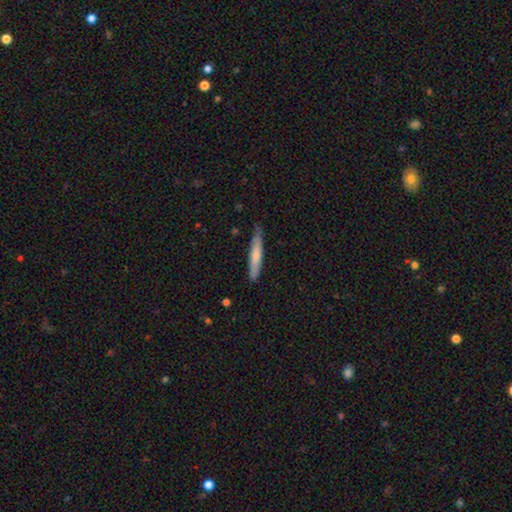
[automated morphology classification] Smooth or featured? Predicted: smooth (p=0.65). How rounded? Predicted: cigar-shaped (p=0.91). Merging? Predicted: none (p=0.76).